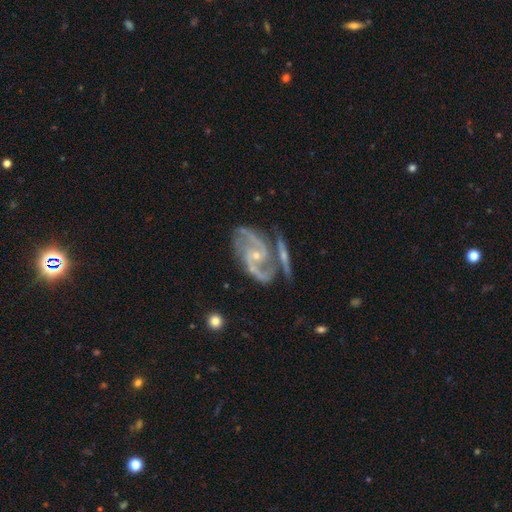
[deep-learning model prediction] smooth-or-featured: featured or disk: 91% | star or artifact: 5% | smooth: 4%
  disk-edge-on: no: 97% | yes: 3%
    bar: no: 53% | weak: 35% | strong: 12%
    has-spiral-arms: yes: 98% | no: 2%
      spiral-winding: medium: 56% | tight: 29% | loose: 15%
      spiral-arm-count: 2: 76% | 3: 11% | can't tell: 5% | 1: 2% | 4: 2% | more than 4: 2%
    bulge-size: small: 71% | moderate: 25% | none: 2% | large: 1% | dominant: 1%
  merging: none: 46% | merger: 24% | minor disturbance: 19% | major disturbance: 11%